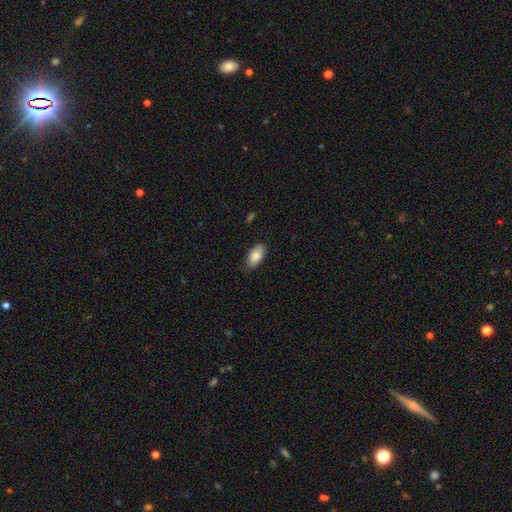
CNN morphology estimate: A smooth galaxy with no disk features (86%) that is in between round and cigar-shaped (94%). Merging: none (85%).